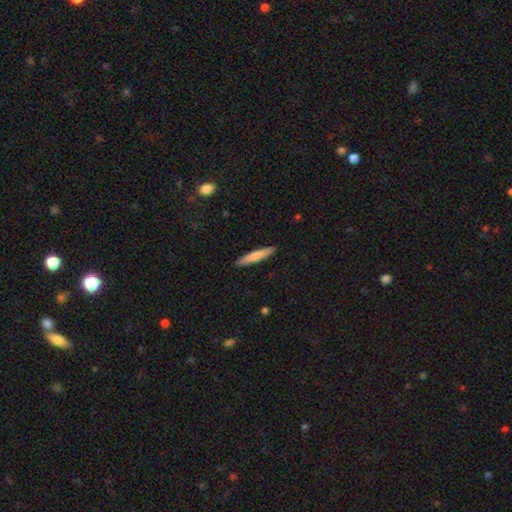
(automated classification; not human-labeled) Overall: smooth (73%). How rounded: cigar-shaped (93%). Merging: none (91%).